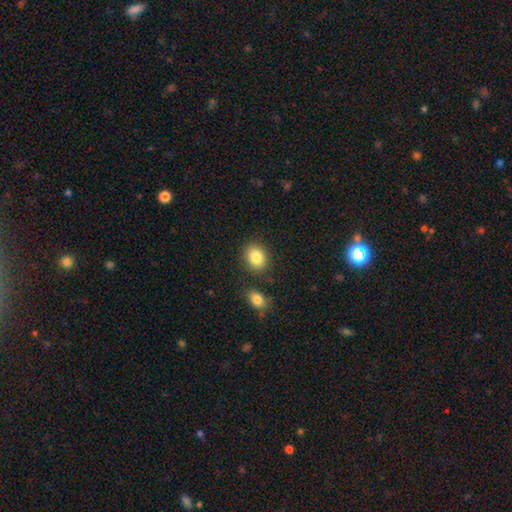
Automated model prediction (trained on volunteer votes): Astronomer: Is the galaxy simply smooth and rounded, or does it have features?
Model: smooth — 86%.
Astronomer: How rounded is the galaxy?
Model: in between — 59% (runner-up: round, 40%).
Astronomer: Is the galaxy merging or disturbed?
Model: none — 81%.